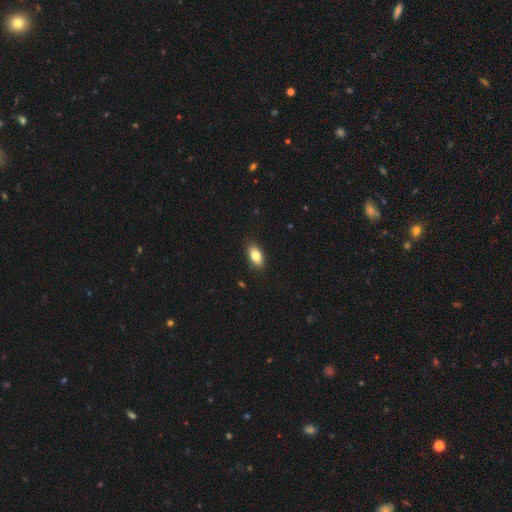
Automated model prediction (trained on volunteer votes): Smooth or featured?
  - smooth: 82% *
  - featured or disk: 10%
  - star or artifact: 8%
How rounded?
  - in between: 90% *
  - round: 6%
  - cigar-shaped: 4%
Merging?
  - none: 88% *
  - minor disturbance: 9%
  - major disturbance: 2%
  - merger: 1%